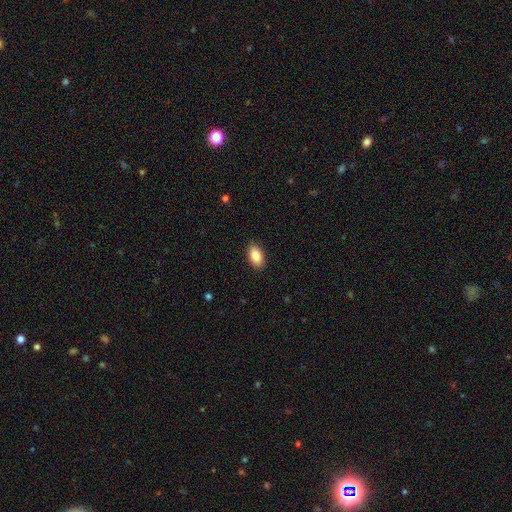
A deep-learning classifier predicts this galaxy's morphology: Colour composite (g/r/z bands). It shows a smooth galaxy with no disk features (86%) that is in between round and cigar-shaped (93%). Merging: none (88%).